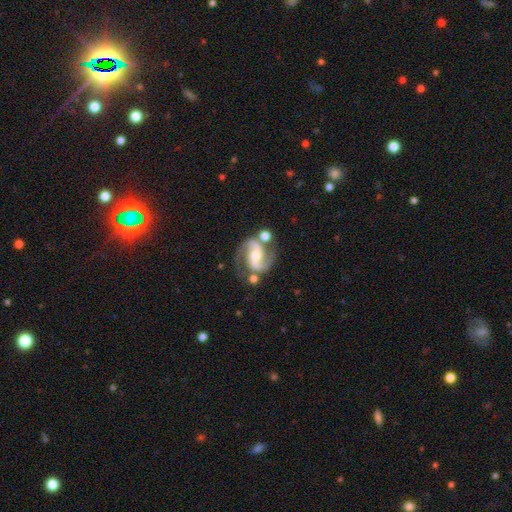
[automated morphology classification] smooth_or_featured: featured or disk (p=0.90) [alt: smooth p=0.05]
disk_edge_on: no (p=0.98) [alt: yes p=0.02]
bar: weak (p=0.36) [alt: strong p=0.33]
has_spiral_arms: yes (p=0.98) [alt: no p=0.02]
spiral_winding: medium (p=0.59) [alt: loose p=0.26]
spiral_arm_count: 2 (p=0.94) [alt: can't tell p=0.02]
bulge_size: moderate (p=0.56) [alt: small p=0.35]
merging: none (p=0.67) [alt: minor disturbance p=0.15]